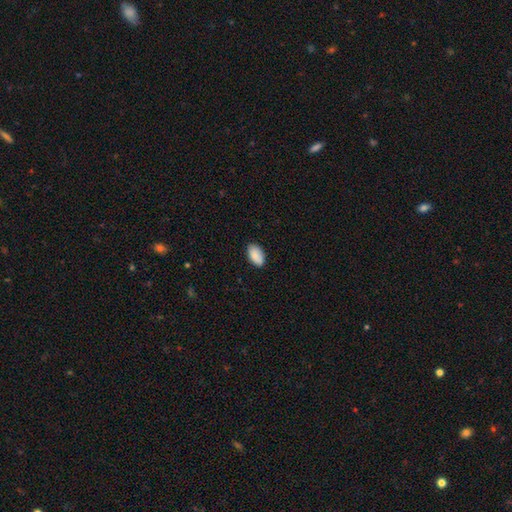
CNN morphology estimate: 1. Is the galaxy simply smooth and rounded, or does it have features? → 88% smooth, 7% star or artifact, 6% featured or disk.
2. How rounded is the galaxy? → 94% in between, 4% round, 1% cigar-shaped.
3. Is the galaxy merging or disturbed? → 84% none, 13% minor disturbance, 2% major disturbance, 1% merger.